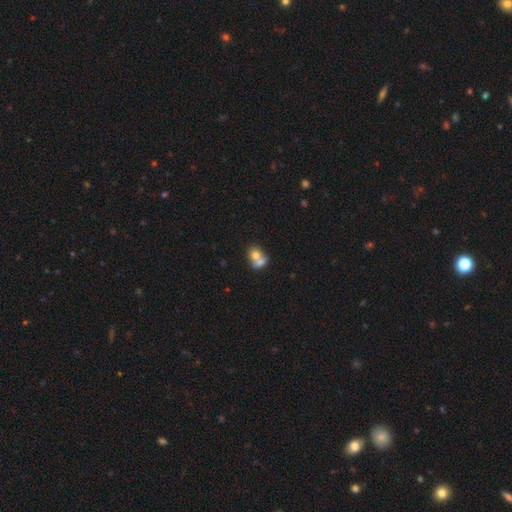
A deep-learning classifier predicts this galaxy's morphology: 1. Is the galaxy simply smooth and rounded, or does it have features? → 70% smooth, 21% featured or disk, 9% star or artifact.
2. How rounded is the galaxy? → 55% round, 44% in between, 1% cigar-shaped.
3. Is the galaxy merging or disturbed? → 71% merger, 20% none, 6% minor disturbance, 3% major disturbance.